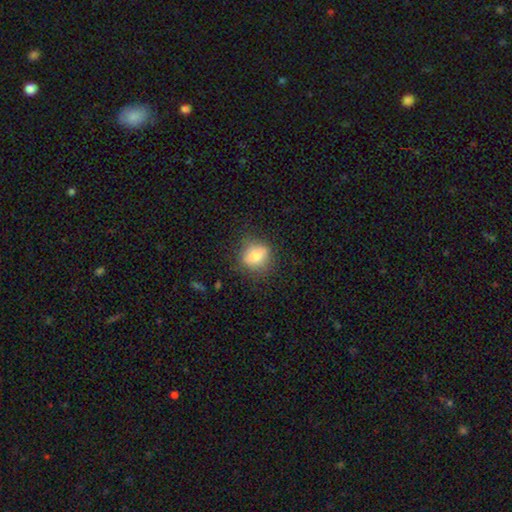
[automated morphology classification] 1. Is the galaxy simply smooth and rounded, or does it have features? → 75% smooth, 15% featured or disk, 10% star or artifact.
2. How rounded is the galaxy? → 79% round, 20% in between, 1% cigar-shaped.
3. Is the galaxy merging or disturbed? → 79% none, 15% minor disturbance, 5% major disturbance, 1% merger.